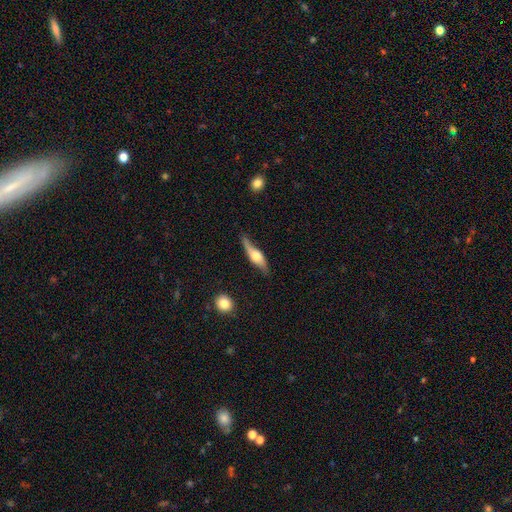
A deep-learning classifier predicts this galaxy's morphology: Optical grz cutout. It shows a featured or disk galaxy (60%) viewed edge-on (74%). Merging: none (61%).